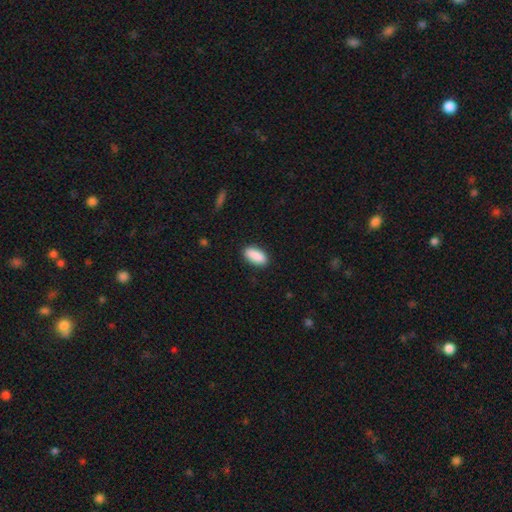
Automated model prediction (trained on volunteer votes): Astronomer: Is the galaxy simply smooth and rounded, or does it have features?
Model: smooth — 90%.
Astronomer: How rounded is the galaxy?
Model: in between — 89%.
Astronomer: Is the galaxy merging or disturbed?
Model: none — 89%.